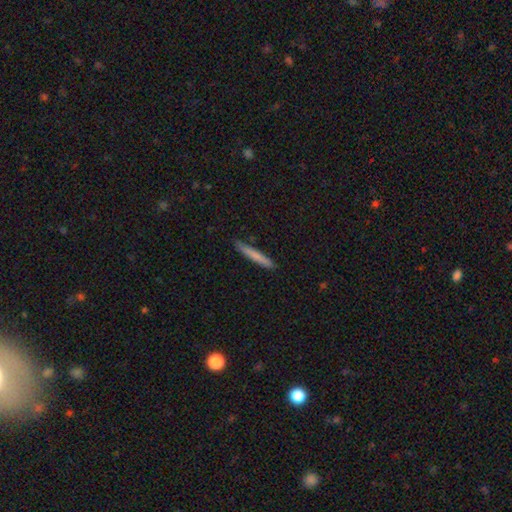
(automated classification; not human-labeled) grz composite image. It shows a smooth galaxy with no disk features (74%) that is cigar-shaped (96%). Merging: none (88%).